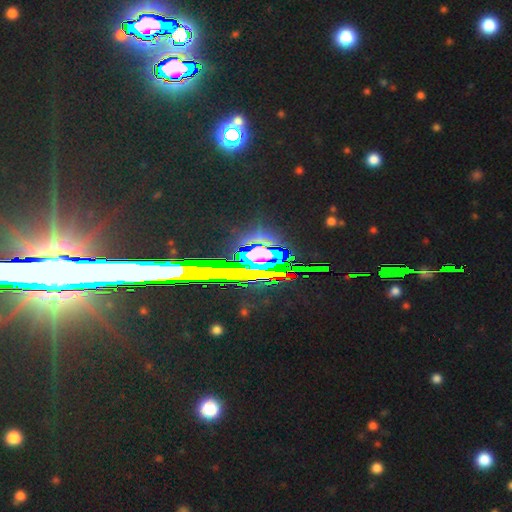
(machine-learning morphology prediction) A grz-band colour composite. It shows a star or artifact, not a galaxy (79%).